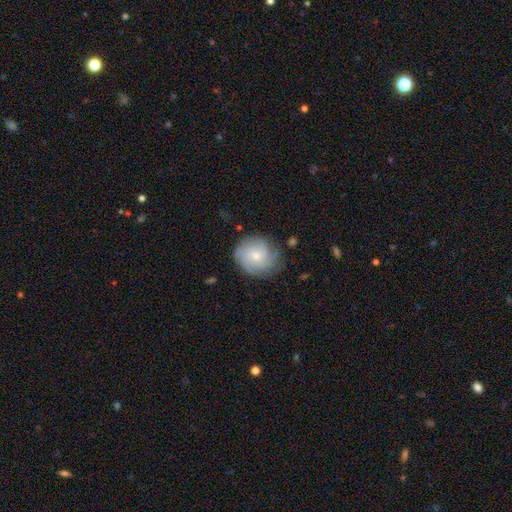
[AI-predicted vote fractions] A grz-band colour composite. It shows a featured or disk galaxy (50%). Merging: none (75%).